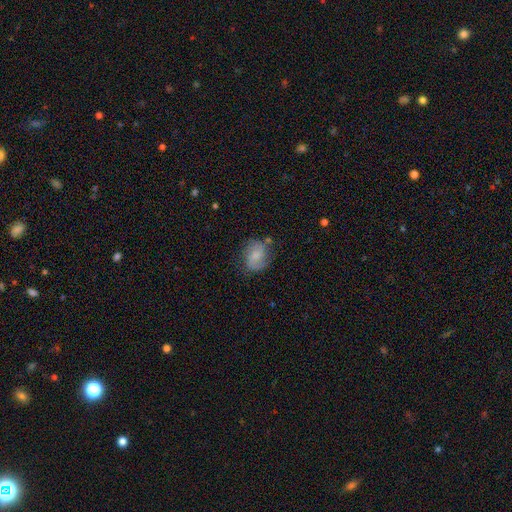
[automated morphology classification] smooth_or_featured: featured or disk (p=0.49) [alt: smooth p=0.42]
merging: none (p=0.64) [alt: minor disturbance p=0.23]